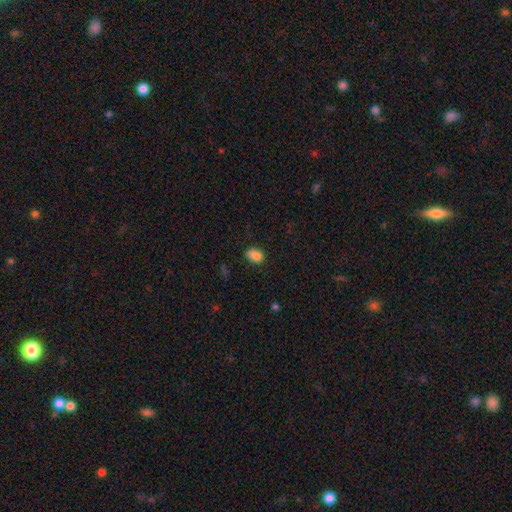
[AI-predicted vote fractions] The model was most divided on "merging": none: 72%, minor disturbance: 22%, major disturbance: 4%, merger: 2%. More confident: smooth or featured — smooth (85%); how rounded — in between (81%).